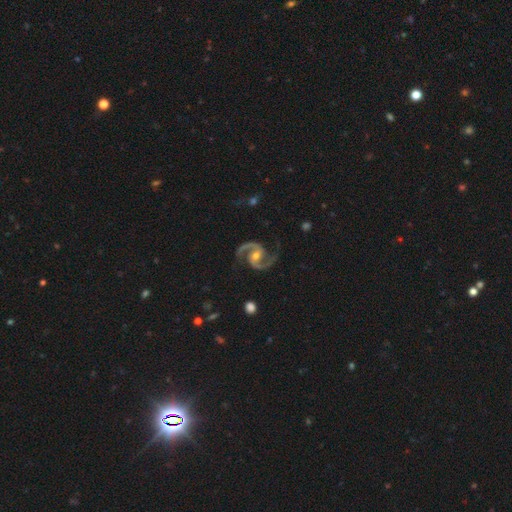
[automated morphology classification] This appears to be a featured or disk galaxy (94%) with no bar (43%), 2 (95%) medium (69%) spiral arms (99%) and a moderate central bulge (59%). Merging: none (82%).